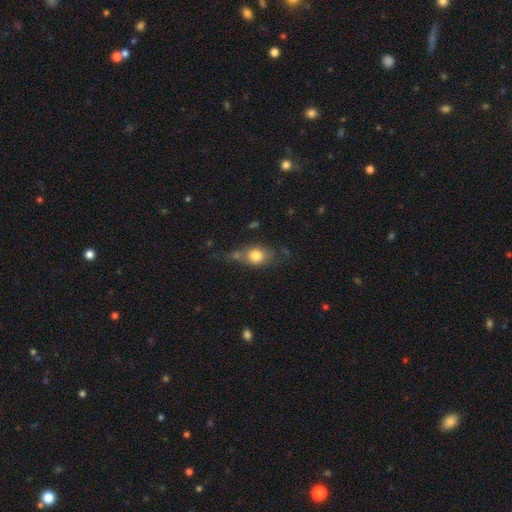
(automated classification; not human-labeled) This is likely a smooth galaxy (72%). How rounded: possibly in between (53%). Merging: possibly none (47%).